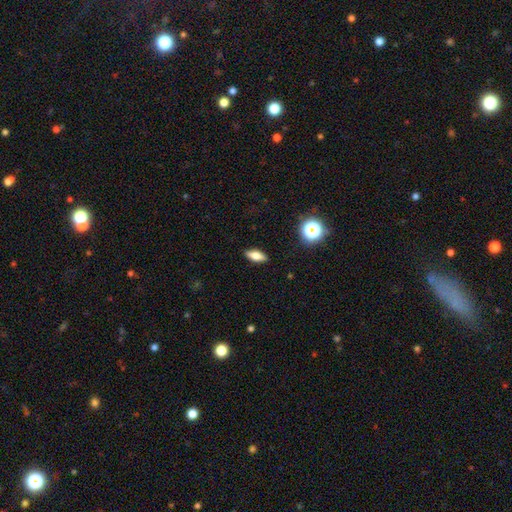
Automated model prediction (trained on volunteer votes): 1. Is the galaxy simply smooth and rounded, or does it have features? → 69% smooth, 21% featured or disk, 10% star or artifact.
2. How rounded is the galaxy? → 72% in between, 23% cigar-shaped, 5% round.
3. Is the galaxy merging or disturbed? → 89% none, 8% minor disturbance, 2% major disturbance, 1% merger.